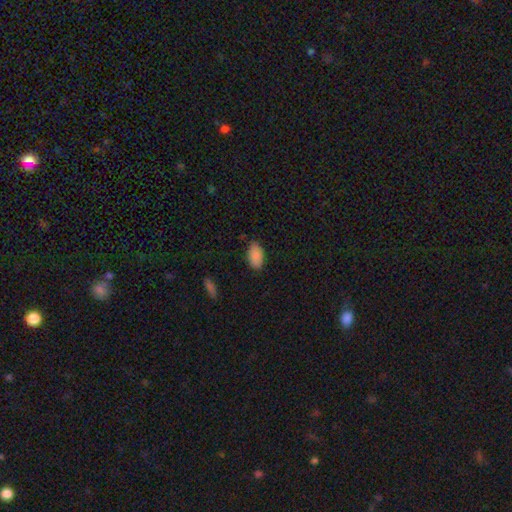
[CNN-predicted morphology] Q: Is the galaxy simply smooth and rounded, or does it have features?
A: smooth — 88%.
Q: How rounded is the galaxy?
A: in between — 93%.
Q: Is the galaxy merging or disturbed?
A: none — 76%.